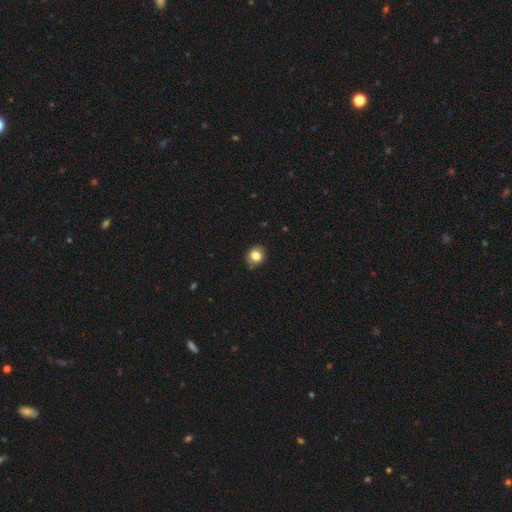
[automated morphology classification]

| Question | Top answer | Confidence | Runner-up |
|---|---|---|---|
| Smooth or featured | smooth | 82% | star or artifact (10%) |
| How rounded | round | 73% | in between (26%) |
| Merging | none | 86% | minor disturbance (11%) |